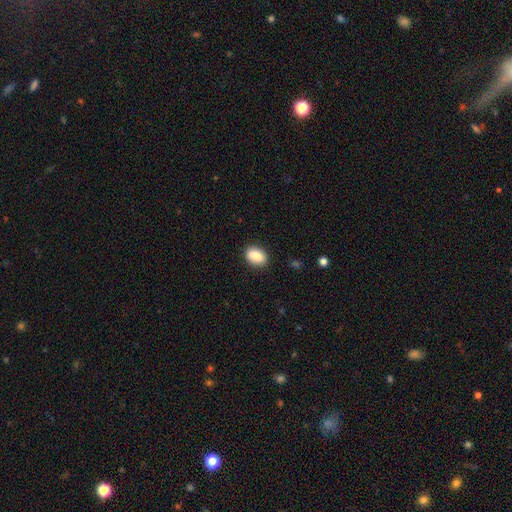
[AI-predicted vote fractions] Smooth or featured? smooth (86%)
How rounded? in between (81%)
Merging? none (88%)